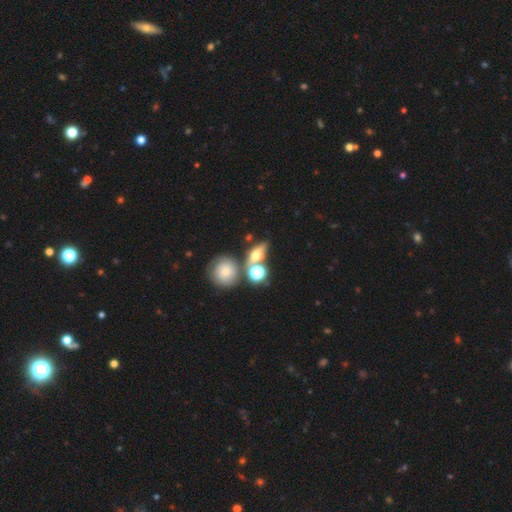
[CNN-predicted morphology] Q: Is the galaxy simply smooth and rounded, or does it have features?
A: smooth — 52%.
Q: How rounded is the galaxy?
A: in between — 51%.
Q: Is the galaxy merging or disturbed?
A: none — 52%.